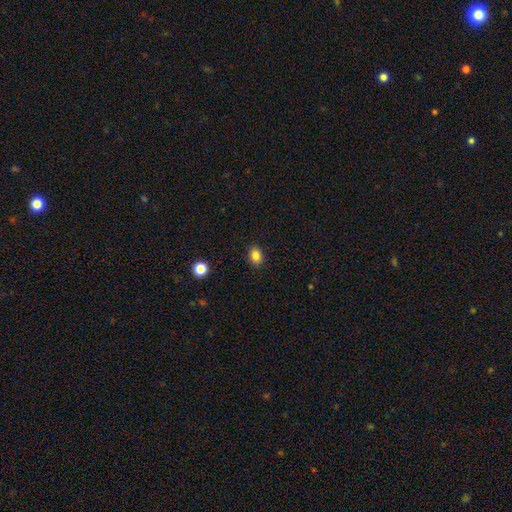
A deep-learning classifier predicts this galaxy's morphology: Smooth or featured?
  - smooth: 84% *
  - star or artifact: 11%
  - featured or disk: 5%
How rounded?
  - in between: 62% *
  - round: 37%
  - cigar-shaped: 1%
Merging?
  - none: 88% *
  - minor disturbance: 9%
  - major disturbance: 2%
  - merger: 1%